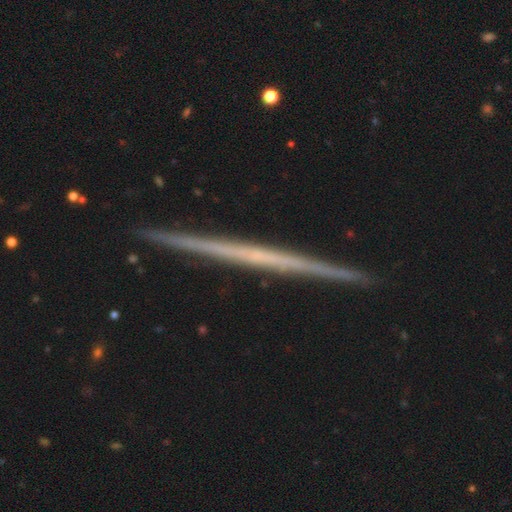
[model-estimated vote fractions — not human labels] Smooth or featured? Predicted: featured or disk (p=0.70). Edge-on disk? Predicted: yes (p=0.98). Edge-on bulge? Predicted: none (p=0.89). Merging? Predicted: none (p=0.92).